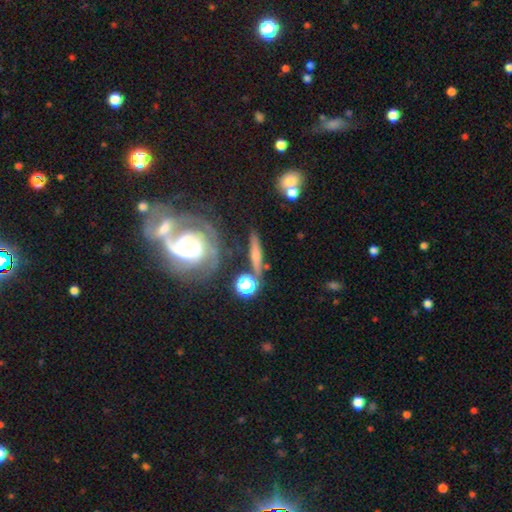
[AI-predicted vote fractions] Morphology: type=featured or disk (54%); edge-on=yes (79%); merging=none (71%).